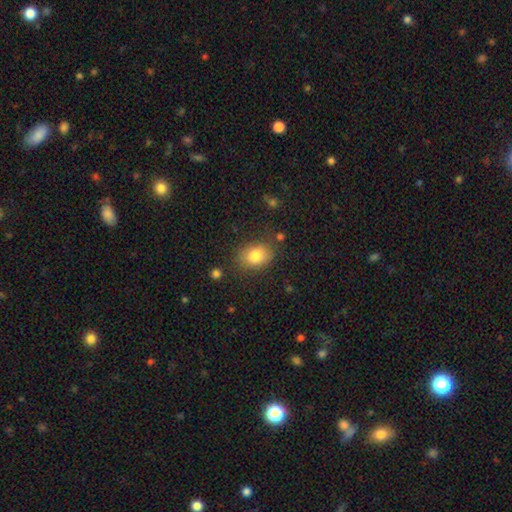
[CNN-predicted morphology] Smooth or featured? smooth (81%)
How rounded? in between (62%)
Merging? none (78%)